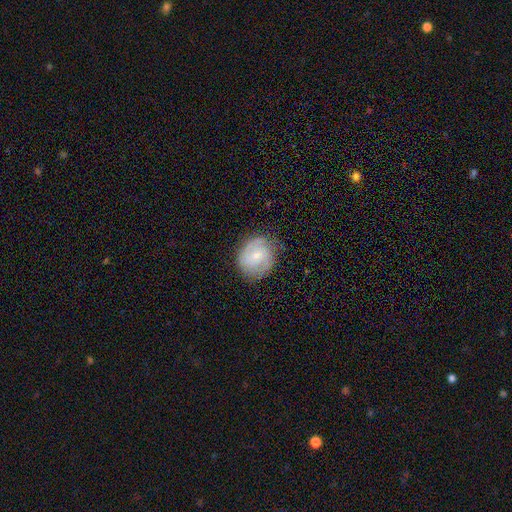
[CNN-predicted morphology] The model was most divided on "spiral winding": tight: 53%, medium: 38%, loose: 9%. More confident: edge-on disk — no (98%); spiral arms — yes (94%); merging — none (78%); smooth or featured — featured or disk (72%); bulge size — small (67%); spiral arm count — 2 (56%); bar — no (54%).